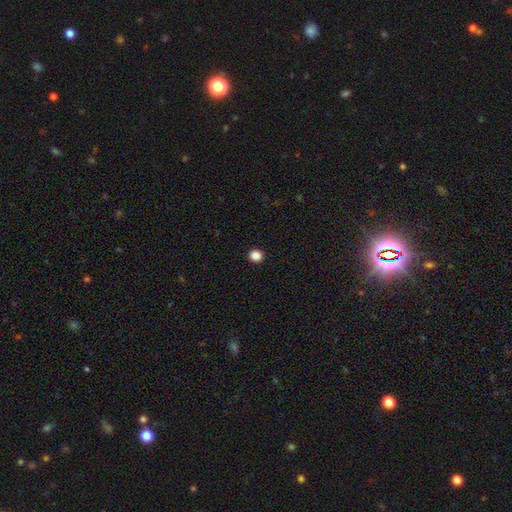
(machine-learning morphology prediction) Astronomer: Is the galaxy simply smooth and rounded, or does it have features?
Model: smooth — 87%.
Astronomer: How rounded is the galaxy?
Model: round — 88%.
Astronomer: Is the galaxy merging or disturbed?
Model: none — 94%.